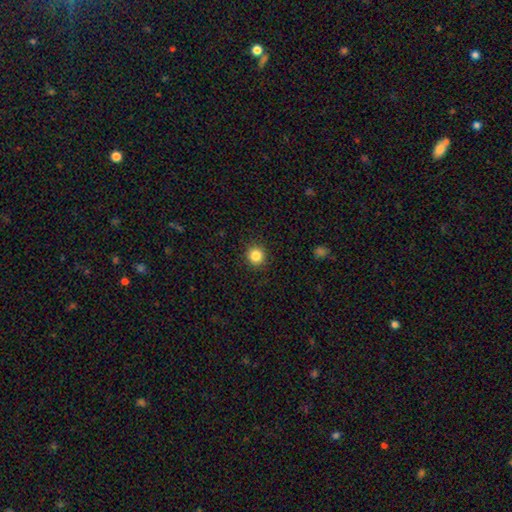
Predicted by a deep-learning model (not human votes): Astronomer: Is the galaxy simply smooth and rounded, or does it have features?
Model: smooth — 85%.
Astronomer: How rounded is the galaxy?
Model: round — 94%.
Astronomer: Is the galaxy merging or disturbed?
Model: none — 91%.